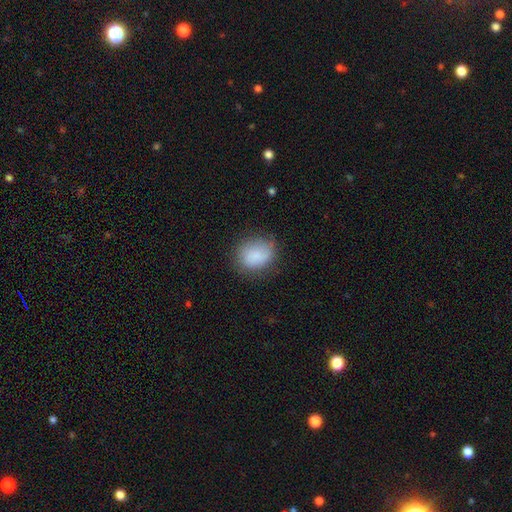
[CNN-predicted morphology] smooth-or-featured: smooth: 84% | featured or disk: 9% | star or artifact: 8%
  how-rounded: round: 54% | in between: 45% | cigar-shaped: 1%
  merging: none: 72% | minor disturbance: 20% | major disturbance: 6% | merger: 2%